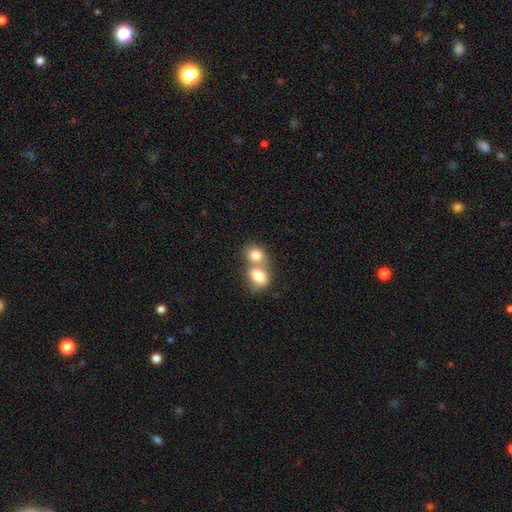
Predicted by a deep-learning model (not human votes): smooth_or_featured: smooth (p=0.79) [alt: featured or disk p=0.12]
how_rounded: round (p=0.50) [alt: in between p=0.49]
merging: merger (p=0.68) [alt: none p=0.24]